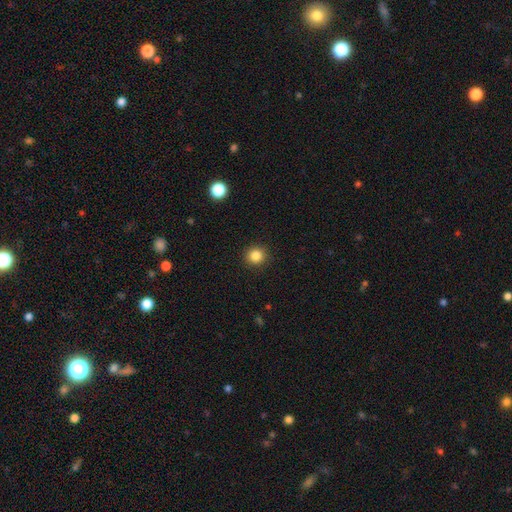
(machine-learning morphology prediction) A smooth galaxy with no disk features (85%) that is round (92%).

Vote fractions:
- Smooth or featured? smooth: 85% / star or artifact: 11% / featured or disk: 4%
- How rounded? round: 92% / in between: 7% / cigar-shaped: 1%
- Merging? none: 92% / minor disturbance: 5% / major disturbance: 2% / merger: 1%